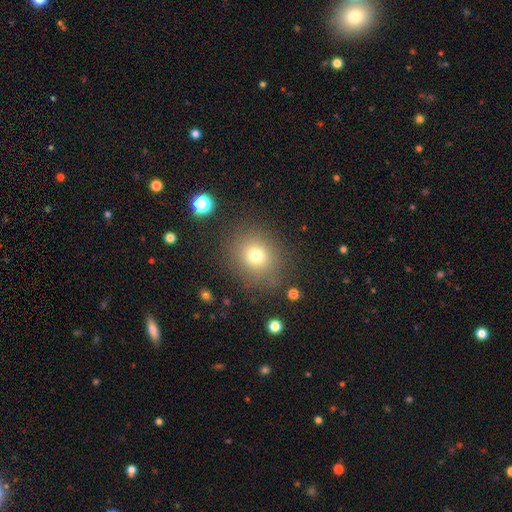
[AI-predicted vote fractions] The model was most divided on "how rounded": round: 77%, in between: 22%, cigar-shaped: 1%. More confident: merging — none (82%); smooth or featured — smooth (74%).